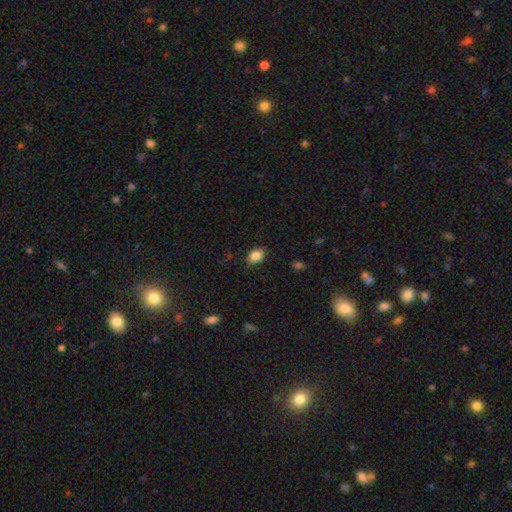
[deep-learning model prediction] smooth-or-featured: smooth: 86% | star or artifact: 8% | featured or disk: 5%
  how-rounded: in between: 83% | round: 16% | cigar-shaped: 1%
  merging: none: 85% | minor disturbance: 11% | major disturbance: 3% | merger: 1%